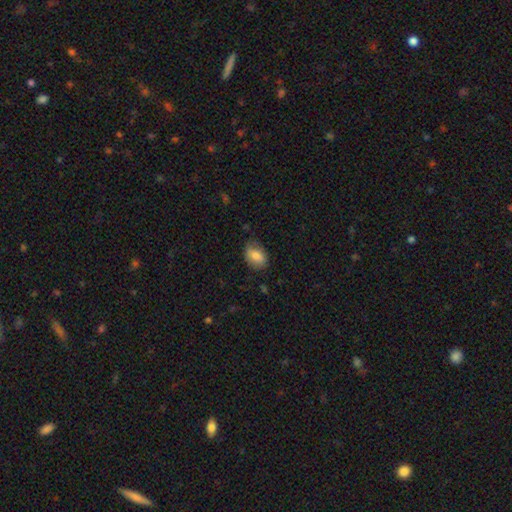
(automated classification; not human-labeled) This appears to be a smooth galaxy with no disk features (82%) that is in between round and cigar-shaped (83%). Merging: none (73%).